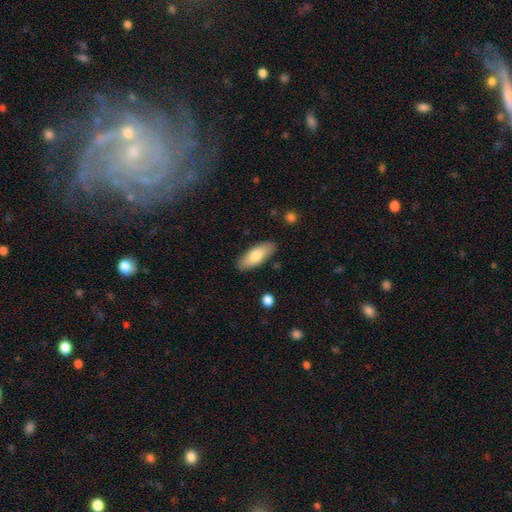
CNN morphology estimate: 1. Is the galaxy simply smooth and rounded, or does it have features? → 74% smooth, 20% featured or disk, 6% star or artifact.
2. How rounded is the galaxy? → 74% in between, 24% cigar-shaped, 2% round.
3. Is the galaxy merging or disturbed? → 87% none, 10% minor disturbance, 2% major disturbance, 2% merger.